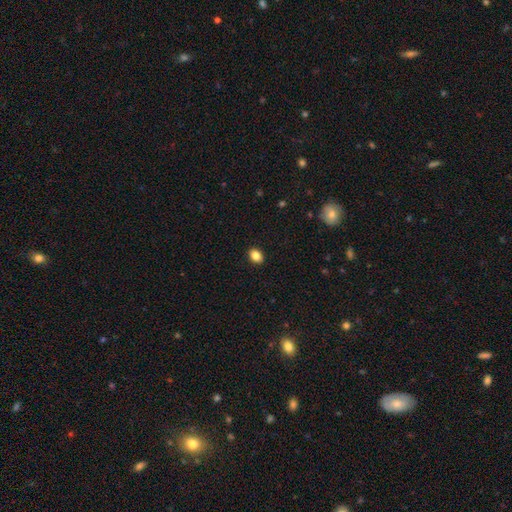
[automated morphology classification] A smooth galaxy with no disk features (85%) that is in between round and cigar-shaped (68%). Merging: none (91%).